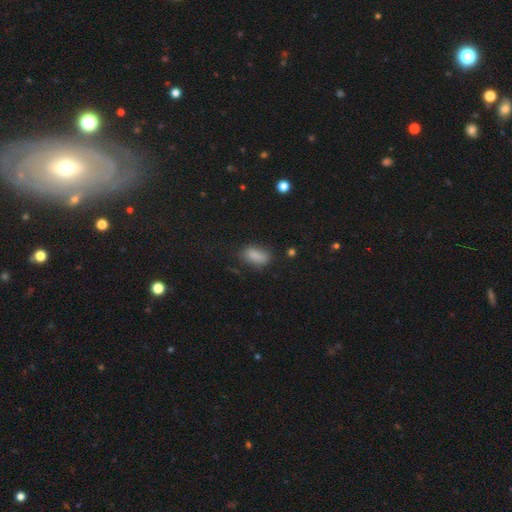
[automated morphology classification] type=smooth (84%); roundness=in between (85%); merging=none (72%).